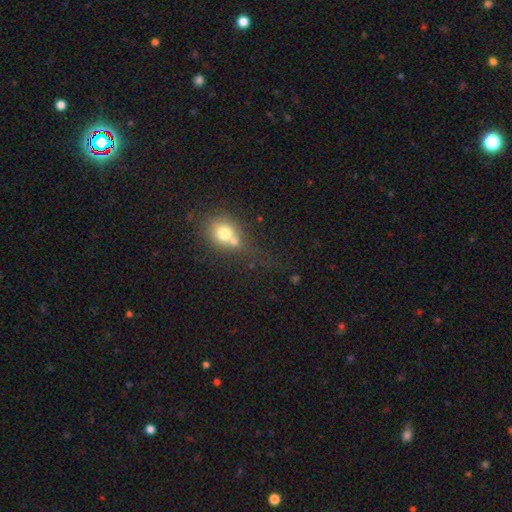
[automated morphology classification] Smooth or featured? Predicted: smooth (p=0.55). How rounded? Predicted: in between (p=0.51). Merging? Predicted: none (p=0.51).